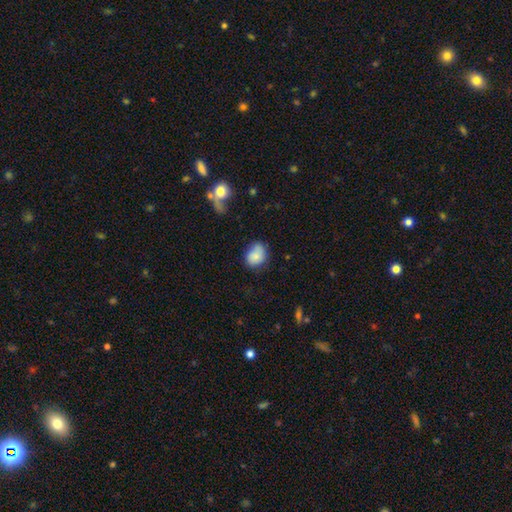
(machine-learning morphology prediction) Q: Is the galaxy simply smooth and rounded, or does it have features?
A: smooth — 79%.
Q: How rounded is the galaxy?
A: in between — 53%.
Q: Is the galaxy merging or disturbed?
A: none — 57%.